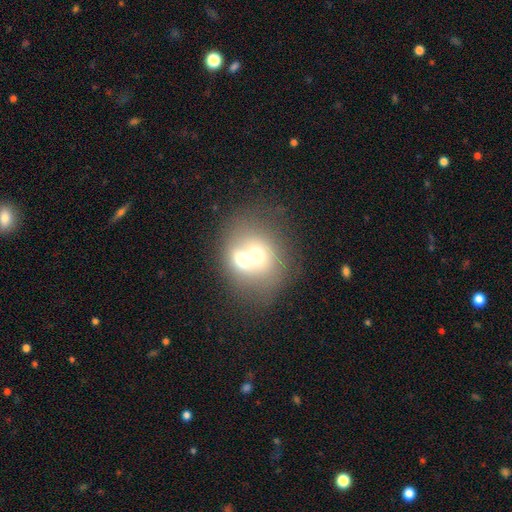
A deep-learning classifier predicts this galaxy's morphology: type=smooth (60%); roundness=round (64%); merging=merger (68%).